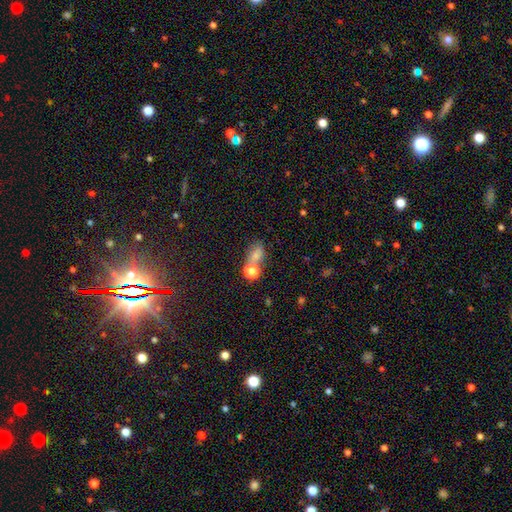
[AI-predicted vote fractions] This appears to be a smooth galaxy with no disk features (71%) that is in between round and cigar-shaped (67%). Merging: none (46%).